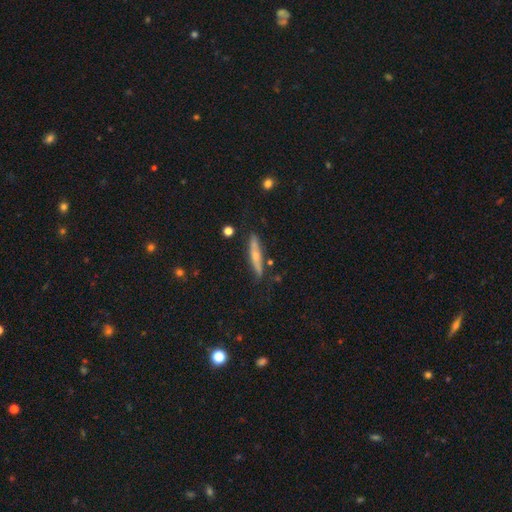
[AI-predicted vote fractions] Morphology: type=featured or disk (59%); edge-on=yes (93%); edge-on bulge=rounded (83%); merging=none (83%).